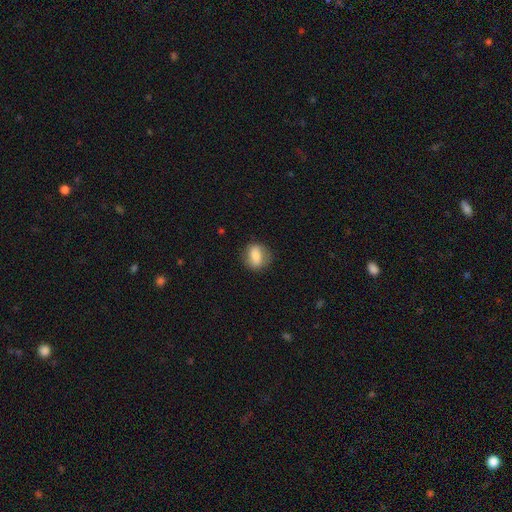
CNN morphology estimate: Smooth or featured?
  - smooth: 77% *
  - featured or disk: 15%
  - star or artifact: 8%
How rounded?
  - in between: 60% *
  - round: 37%
  - cigar-shaped: 3%
Merging?
  - none: 73% *
  - minor disturbance: 19%
  - major disturbance: 6%
  - merger: 1%